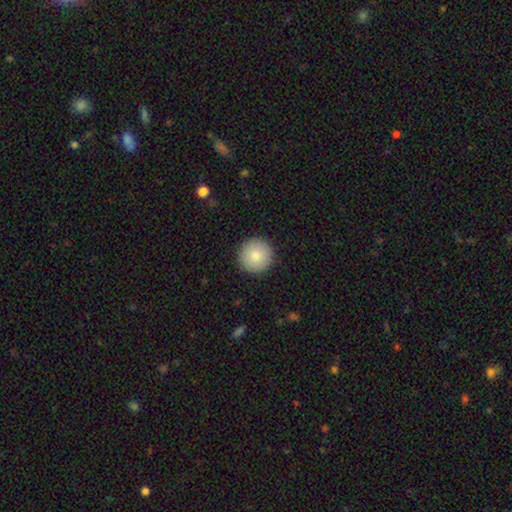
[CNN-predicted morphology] The model was most divided on "smooth or featured": smooth: 85%, featured or disk: 8%, star or artifact: 7%. More confident: how rounded — round (96%); merging — none (92%).